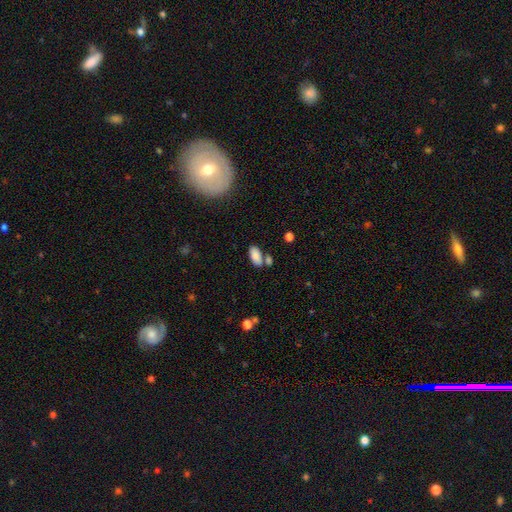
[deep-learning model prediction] Smooth or featured: smooth — 85% (featured or disk — 8%)
How rounded: in between — 92% (cigar-shaped — 5%)
Merging: none — 64% (merger — 19%)